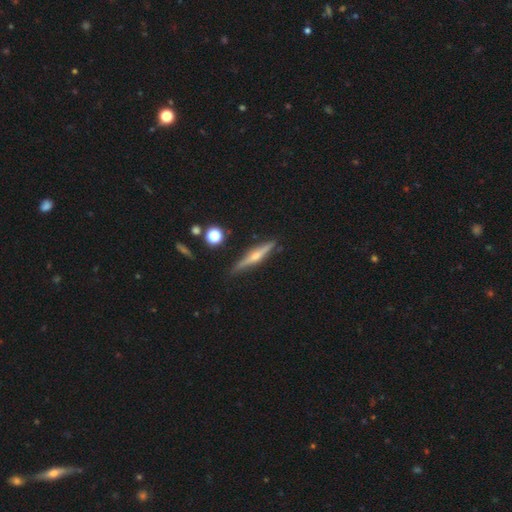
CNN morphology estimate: A featured or disk galaxy (71%) viewed edge-on (97%) with a rounded central bulge (88%).

Vote fractions:
- Smooth or featured? featured or disk: 71% / smooth: 22% / star or artifact: 7%
- Edge-on disk? yes: 97% / no: 3%
- Edge-on bulge? rounded: 88% / none: 8% / boxy: 4%
- Merging? none: 88% / minor disturbance: 9% / merger: 2% / major disturbance: 2%